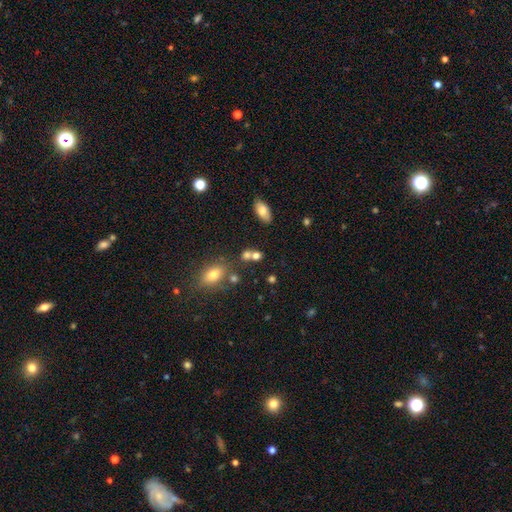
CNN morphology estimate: Overall: smooth (73%). How rounded: round (52%; in between 45%). Merging: none (44%; merger 40%).